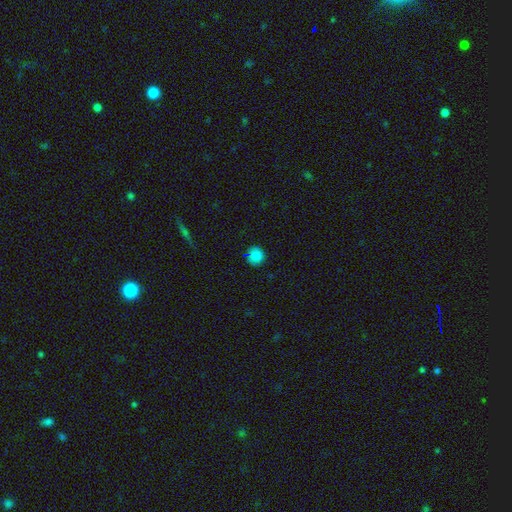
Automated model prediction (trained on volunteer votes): This appears to be a smooth galaxy with no disk features (82%) that is round (87%). Merging: none (79%).